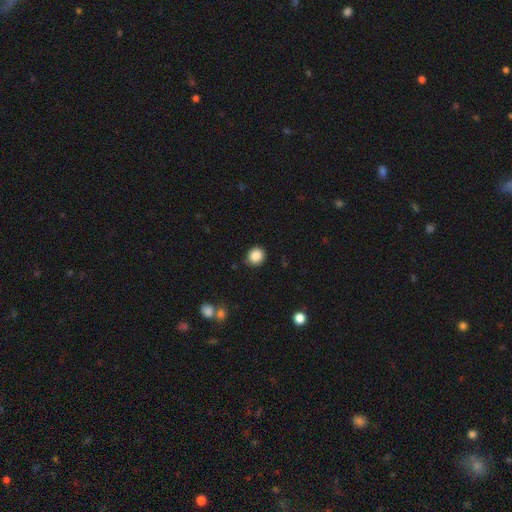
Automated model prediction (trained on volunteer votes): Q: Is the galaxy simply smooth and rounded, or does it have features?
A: smooth — 87%.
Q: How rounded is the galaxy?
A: round — 84%.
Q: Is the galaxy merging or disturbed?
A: none — 84%.